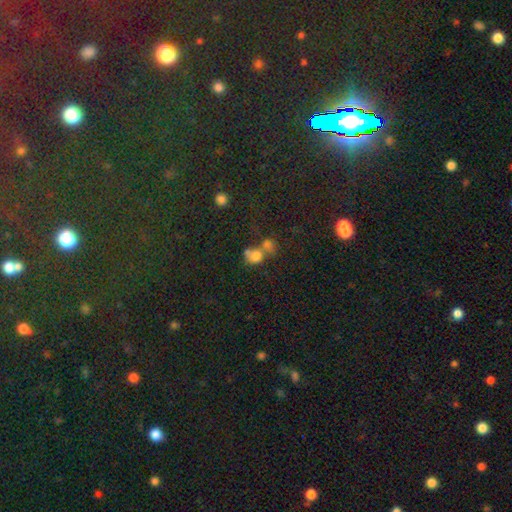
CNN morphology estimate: smooth_or_featured: smooth (p=0.71) [alt: featured or disk p=0.15]
how_rounded: round (p=0.68) [alt: in between p=0.30]
merging: merger (p=0.61) [alt: none p=0.24]